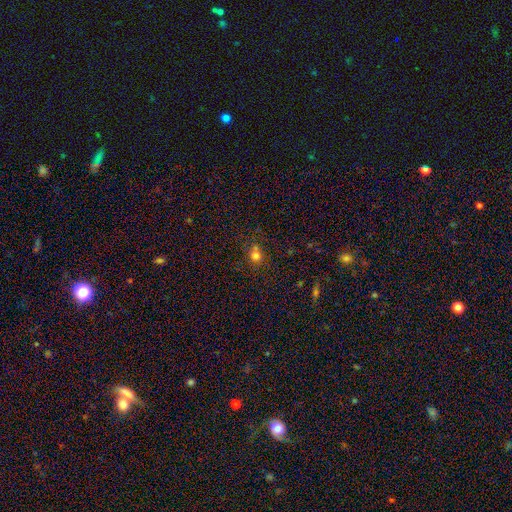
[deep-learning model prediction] Q: Smooth or featured?
A: smooth (72%); runner-up: star or artifact (19%)
Q: How rounded?
A: round (80%); runner-up: in between (19%)
Q: Merging?
A: none (58%); runner-up: merger (25%)